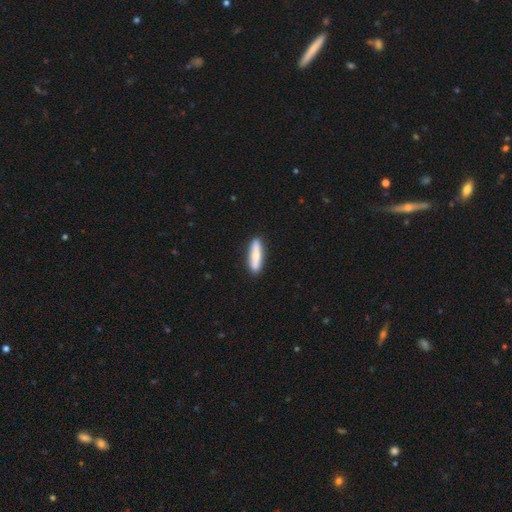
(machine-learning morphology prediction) The model was most divided on "smooth or featured": smooth: 63%, featured or disk: 32%, star or artifact: 5%. More confident: merging — none (89%); how rounded — cigar-shaped (76%).